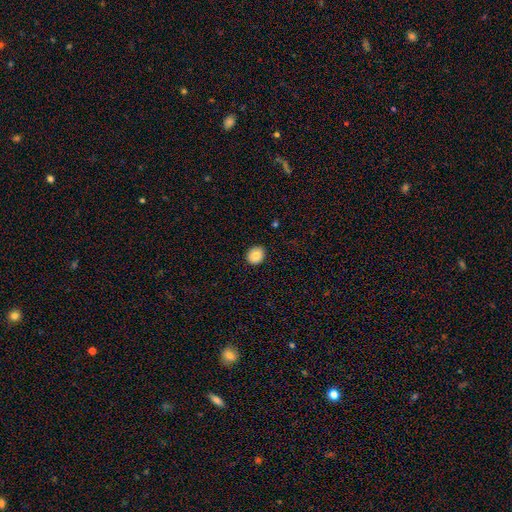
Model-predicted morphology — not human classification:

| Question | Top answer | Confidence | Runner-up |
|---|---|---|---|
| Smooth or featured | smooth | 86% | star or artifact (8%) |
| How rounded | round | 59% | in between (40%) |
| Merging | none | 90% | minor disturbance (8%) |